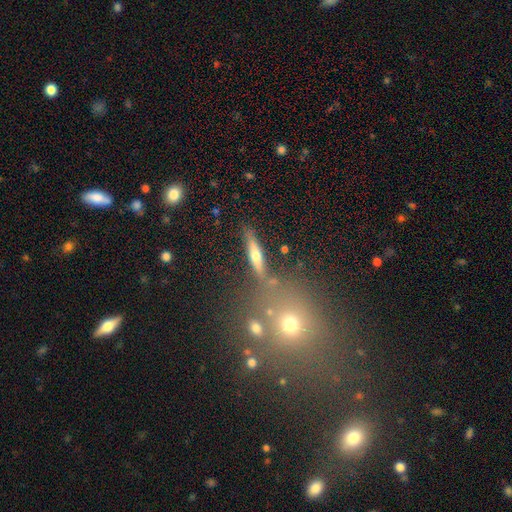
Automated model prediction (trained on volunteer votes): Smooth or featured? Predicted: featured or disk (p=0.51). Edge-on disk? Predicted: yes (p=0.86). Merging? Predicted: none (p=0.77).